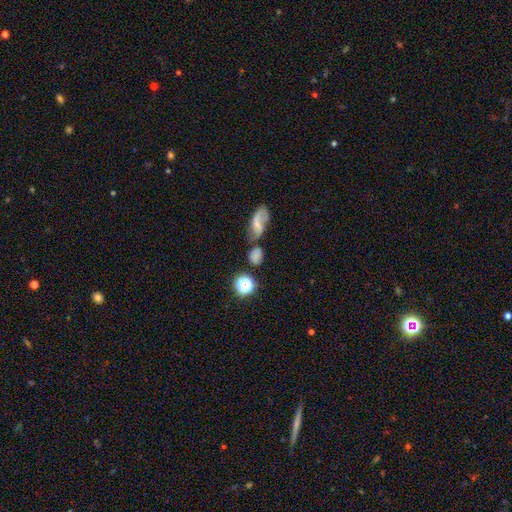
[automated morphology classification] Smooth or featured?
  - smooth: 60% *
  - star or artifact: 20%
  - featured or disk: 20%
How rounded?
  - in between: 51% *
  - round: 45%
  - cigar-shaped: 5%
Merging?
  - none: 53% *
  - merger: 23%
  - minor disturbance: 16%
  - major disturbance: 8%